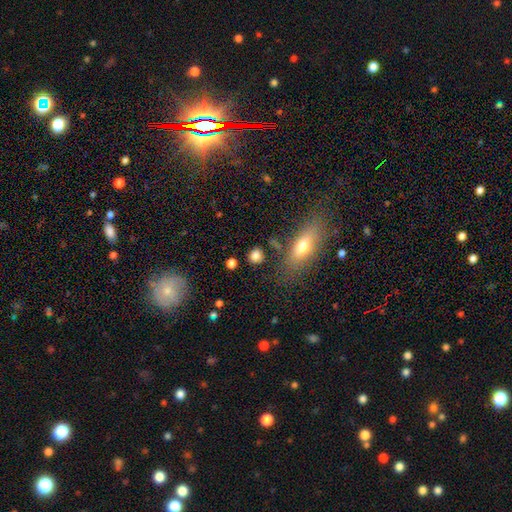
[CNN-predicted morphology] Smooth or featured? Predicted: smooth (p=0.83). How rounded? Predicted: round (p=0.77). Merging? Predicted: none (p=0.82).